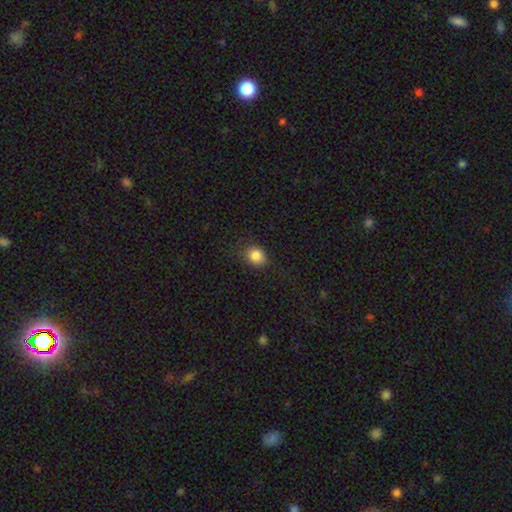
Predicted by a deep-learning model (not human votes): Overall: smooth (84%). How rounded: round (67%; in between 32%). Merging: none (82%).